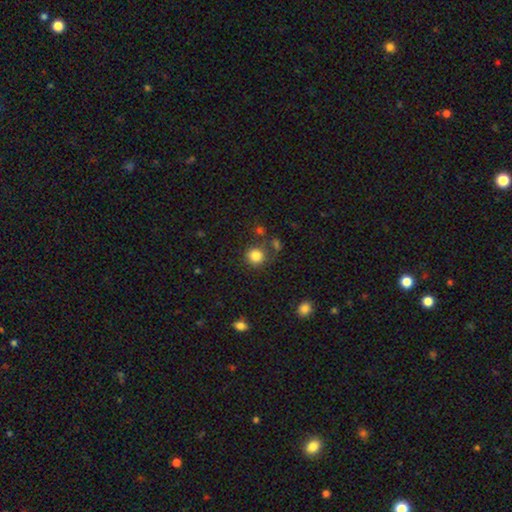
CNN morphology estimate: smooth-or-featured: smooth: 84% | star or artifact: 11% | featured or disk: 5%
  how-rounded: round: 90% | in between: 9% | cigar-shaped: 1%
  merging: none: 79% | minor disturbance: 10% | merger: 7% | major disturbance: 4%